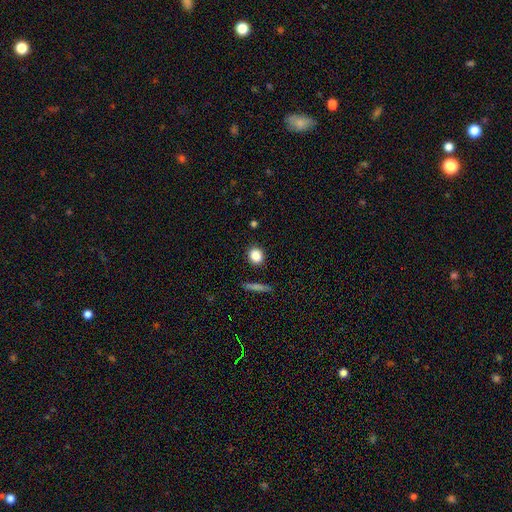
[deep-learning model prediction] A smooth galaxy with no disk features (86%) that is round (65%). Merging: none (88%).